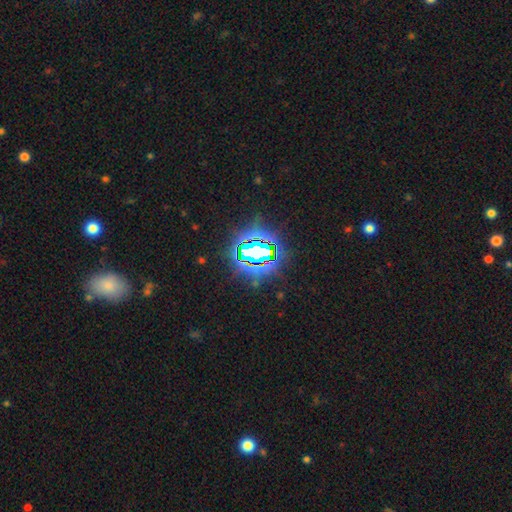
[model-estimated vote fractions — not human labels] Smooth or featured: star or artifact — 76% (smooth — 14%)